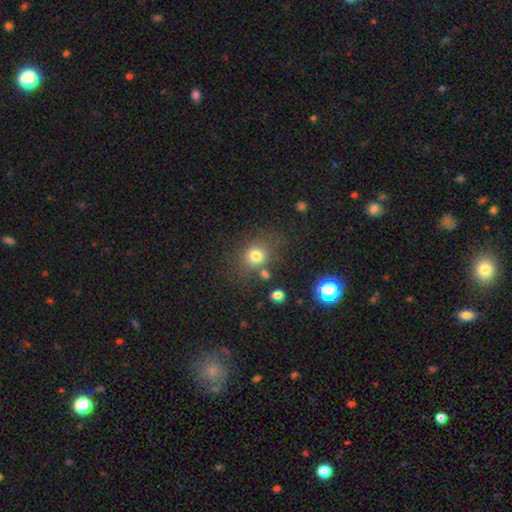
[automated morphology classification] The model was most divided on "how rounded": round: 74%, in between: 25%, cigar-shaped: 1%. More confident: smooth or featured — smooth (77%); merging — none (73%).